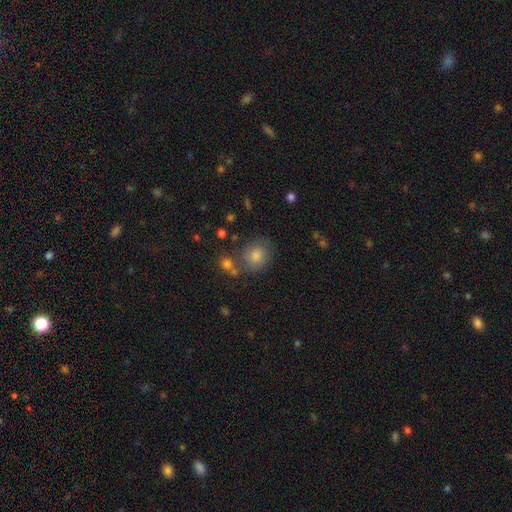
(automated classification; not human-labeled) A smooth galaxy with no disk features (66%) that is round (77%). Merging: none (71%).